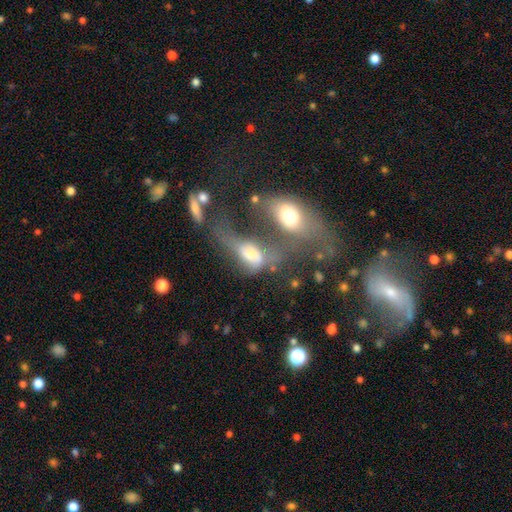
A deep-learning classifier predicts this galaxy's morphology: Smooth or featured? smooth (50%)
How rounded? in between (80%)
Merging? merger (57%)